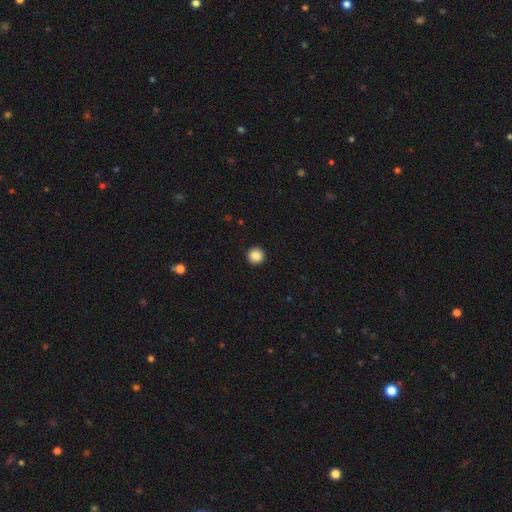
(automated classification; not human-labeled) Smooth or featured: smooth — 87% (star or artifact — 9%)
How rounded: round — 96% (in between — 3%)
Merging: none — 93% (minor disturbance — 4%)